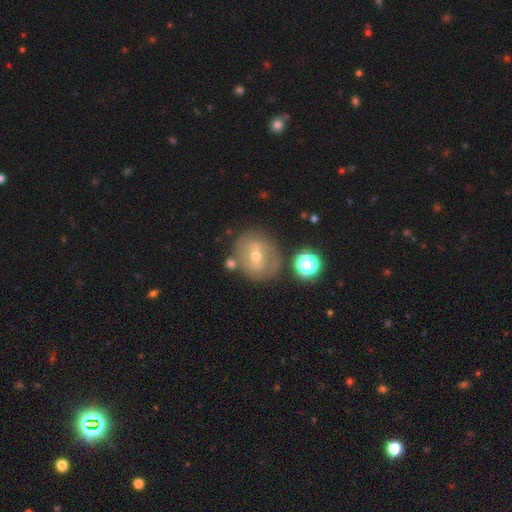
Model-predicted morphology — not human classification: Smooth or featured: featured or disk — 63% (smooth — 27%)
Edge-on disk: no — 95% (yes — 5%)
Bar: weak — 46% (no — 28%)
Spiral arms: yes — 60% (no — 40%)
Bulge size: moderate — 52% (small — 45%)
Merging: none — 73% (minor disturbance — 15%)